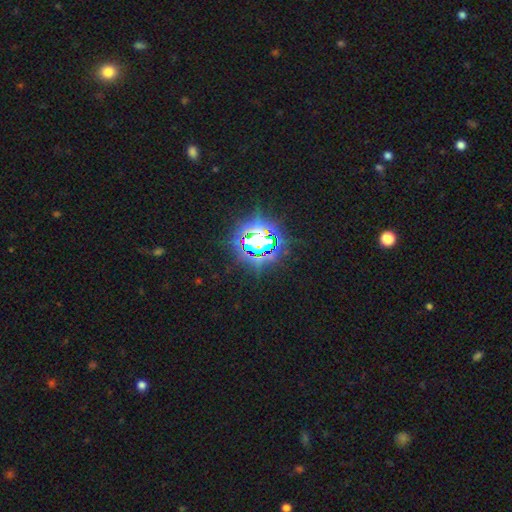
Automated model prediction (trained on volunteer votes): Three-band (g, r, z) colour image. It shows a star or artifact, not a galaxy (74%).